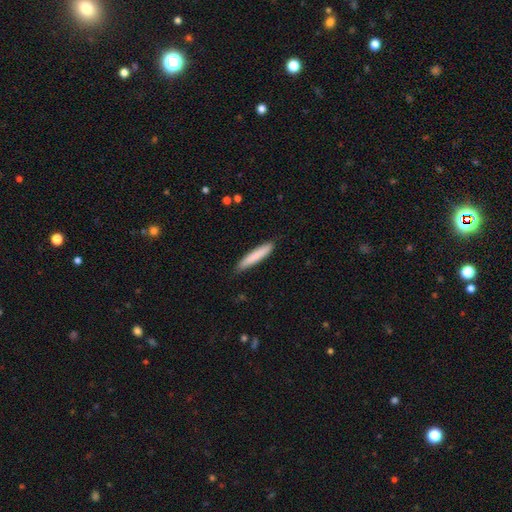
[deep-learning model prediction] The model was most divided on "smooth or featured": smooth: 79%, featured or disk: 16%, star or artifact: 5%. More confident: how rounded — cigar-shaped (91%); merging — none (87%).